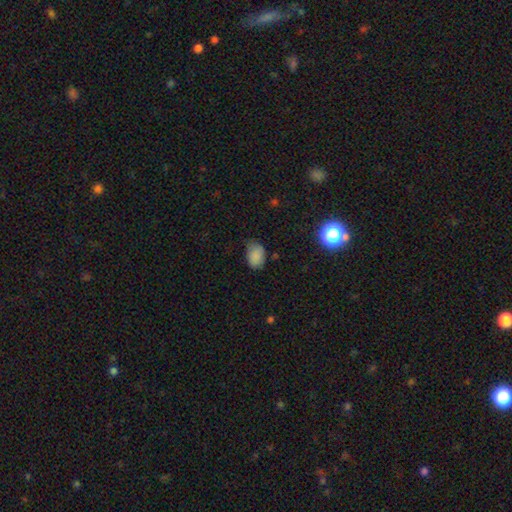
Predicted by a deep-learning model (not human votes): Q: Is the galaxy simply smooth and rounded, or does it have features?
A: smooth — 84%.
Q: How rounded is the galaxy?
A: in between — 80%.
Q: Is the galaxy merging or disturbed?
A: none — 63%.